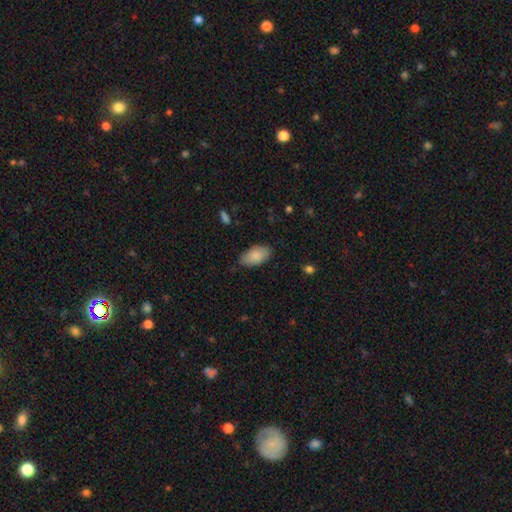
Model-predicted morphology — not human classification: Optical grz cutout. It shows a smooth galaxy with no disk features (86%) that is in between round and cigar-shaped (94%). Merging: none (79%).